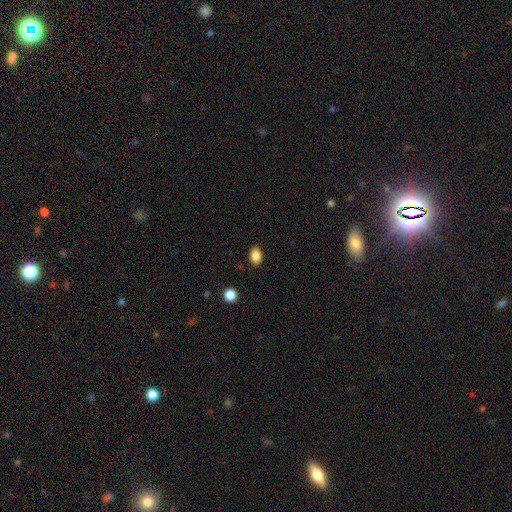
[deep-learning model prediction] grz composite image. It shows a smooth galaxy with no disk features (86%) that is in between round and cigar-shaped (83%). Merging: none (88%).